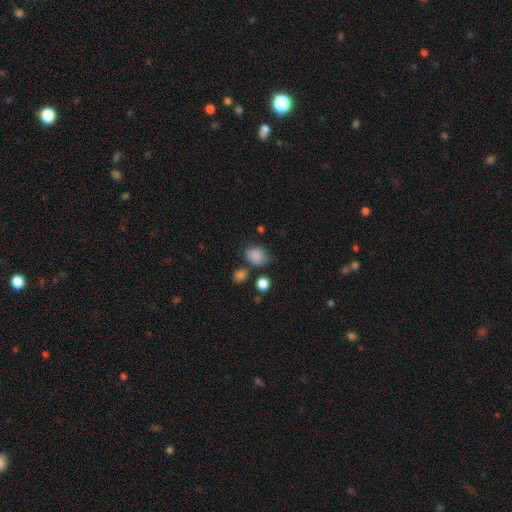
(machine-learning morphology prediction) Smooth or featured? smooth (84%)
How rounded? in between (57%)
Merging? none (59%)